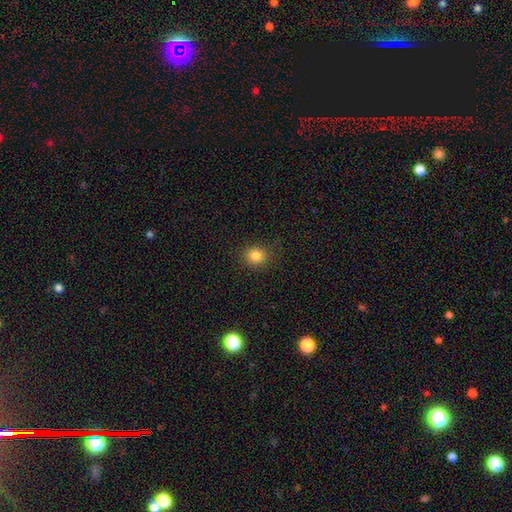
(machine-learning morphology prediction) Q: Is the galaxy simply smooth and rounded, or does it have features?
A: smooth — 83%.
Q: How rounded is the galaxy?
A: round — 84%.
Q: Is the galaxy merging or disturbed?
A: none — 88%.